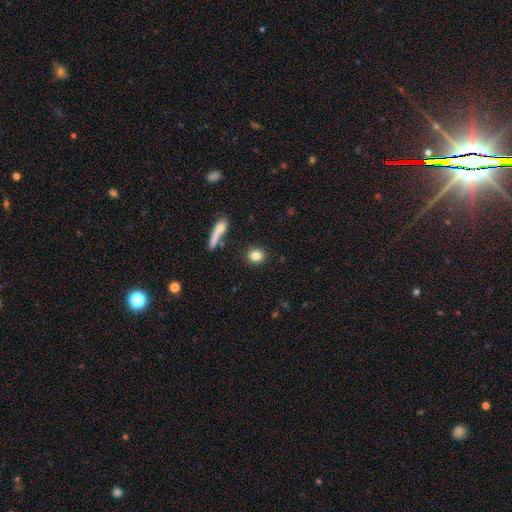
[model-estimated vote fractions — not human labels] smooth 82%, star or artifact 9%, featured or disk 9%. Down the decision tree: how rounded — round (71%); merging — none (87%).